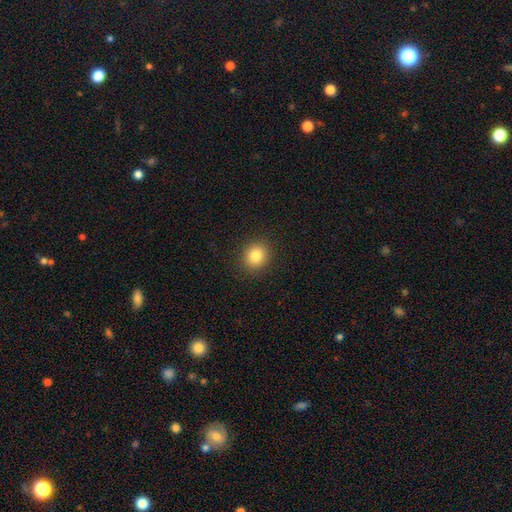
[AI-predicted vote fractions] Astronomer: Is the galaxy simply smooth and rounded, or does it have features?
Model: smooth — 82%.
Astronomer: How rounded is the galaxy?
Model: round — 78%.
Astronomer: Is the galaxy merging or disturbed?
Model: none — 90%.